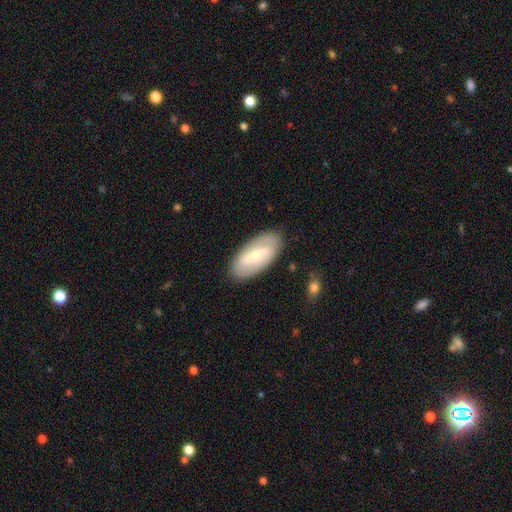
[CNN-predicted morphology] A featured or disk galaxy (54%).

Vote fractions:
- Smooth or featured? featured or disk: 54% / smooth: 40% / star or artifact: 6%
- Edge-on disk? no: 86% / yes: 14%
- Merging? none: 85% / minor disturbance: 11% / major disturbance: 3% / merger: 1%